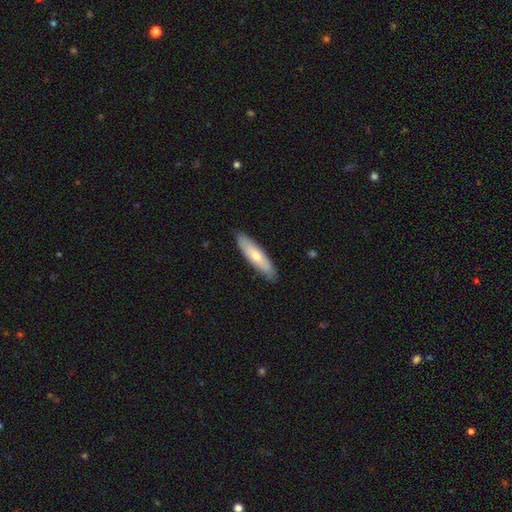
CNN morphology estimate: smooth_or_featured: smooth (p=0.64) [alt: featured or disk p=0.31]
how_rounded: cigar-shaped (p=0.68) [alt: in between p=0.30]
merging: none (p=0.87) [alt: minor disturbance p=0.10]